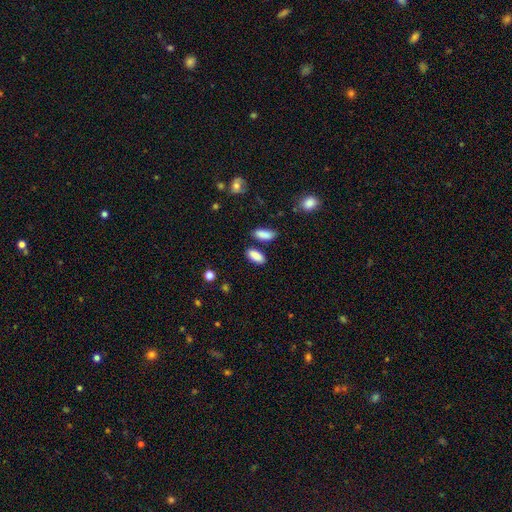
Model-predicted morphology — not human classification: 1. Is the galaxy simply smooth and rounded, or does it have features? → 88% smooth, 7% star or artifact, 5% featured or disk.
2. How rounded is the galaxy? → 84% in between, 13% cigar-shaped, 3% round.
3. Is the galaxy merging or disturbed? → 78% none, 10% minor disturbance, 8% merger, 3% major disturbance.